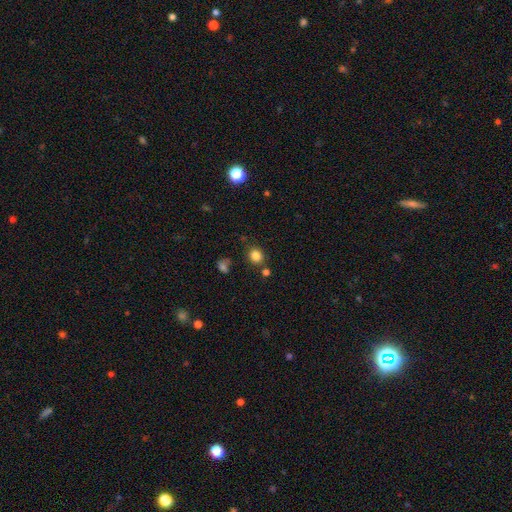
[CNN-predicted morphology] Smooth or featured? smooth (82%)
How rounded? round (72%)
Merging? none (79%)